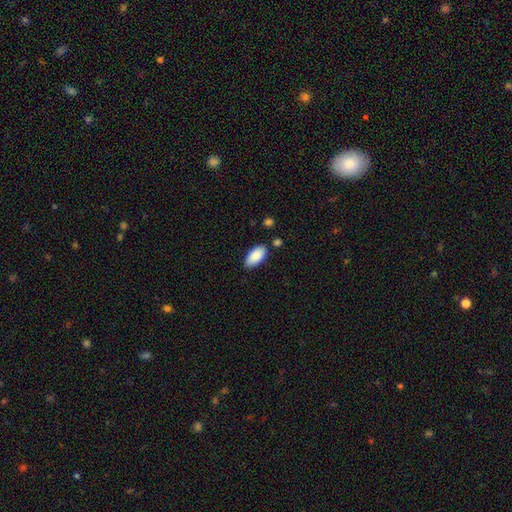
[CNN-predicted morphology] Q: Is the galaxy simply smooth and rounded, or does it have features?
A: smooth — 89%.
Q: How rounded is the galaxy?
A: in between — 93%.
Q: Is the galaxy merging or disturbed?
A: none — 79%.